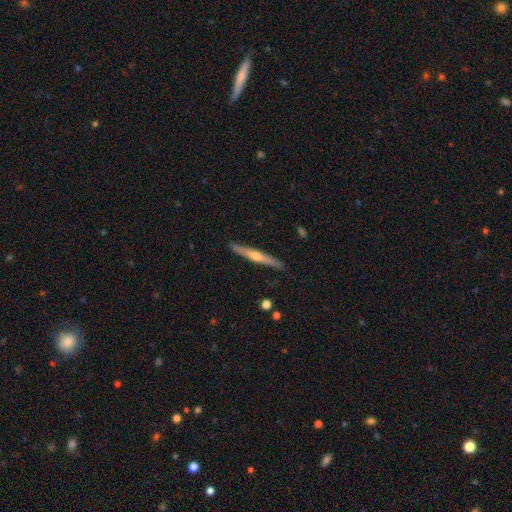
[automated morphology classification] This appears to be a featured or disk galaxy (67%) viewed edge-on (98%) with a rounded central bulge (85%). Merging: none (91%).